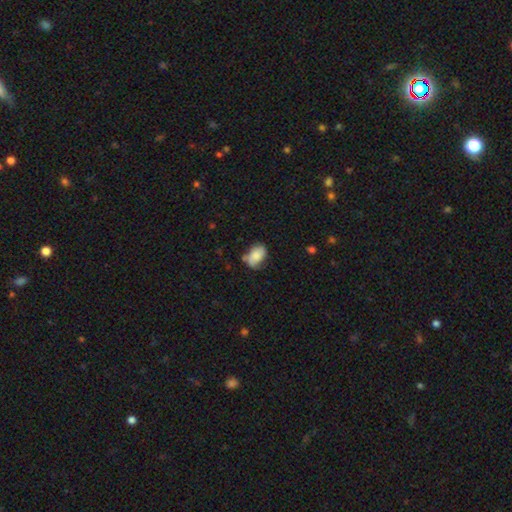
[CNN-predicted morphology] Smooth or featured? smooth (79%)
How rounded? in between (87%)
Merging? none (58%)